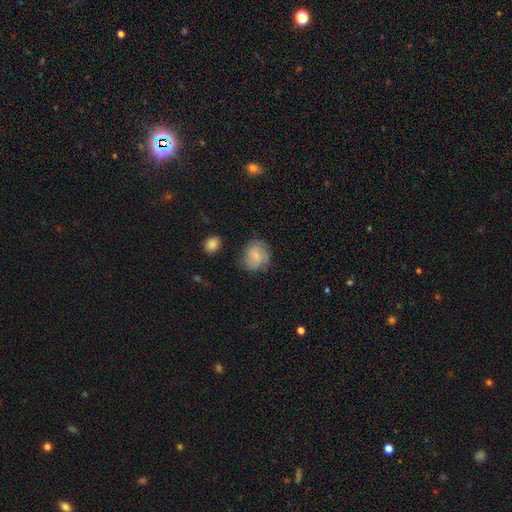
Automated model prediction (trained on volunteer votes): This is likely a smooth galaxy (70%). How rounded: likely round (73%). Merging: likely none (67%).